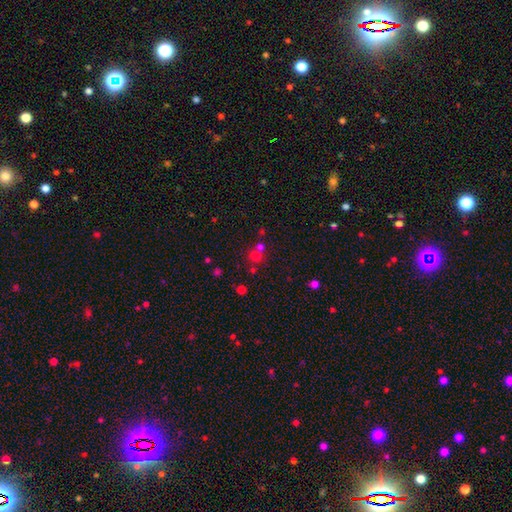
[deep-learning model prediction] Overall: smooth (61%; star or artifact 27%). How rounded: round (88%). Merging: none (53%; merger 38%).